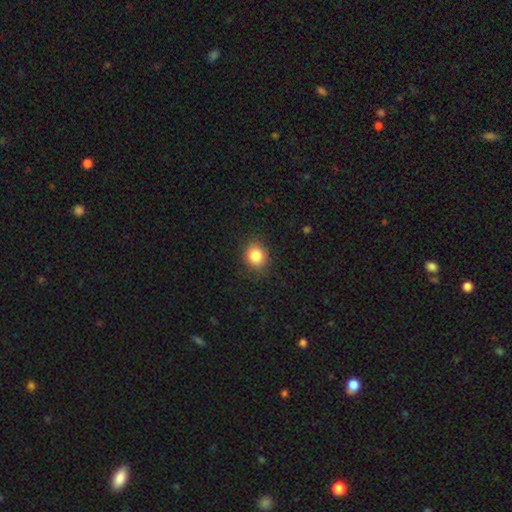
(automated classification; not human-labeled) Morphology: type=smooth (84%); roundness=round (71%); merging=none (86%).